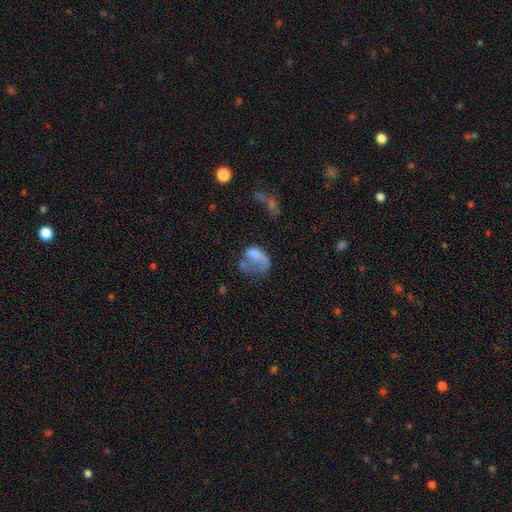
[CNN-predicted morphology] Q: Smooth or featured?
A: smooth (50%); runner-up: featured or disk (39%)
Q: How rounded?
A: in between (72%); runner-up: round (26%)
Q: Merging?
A: major disturbance (50%); runner-up: none (22%)